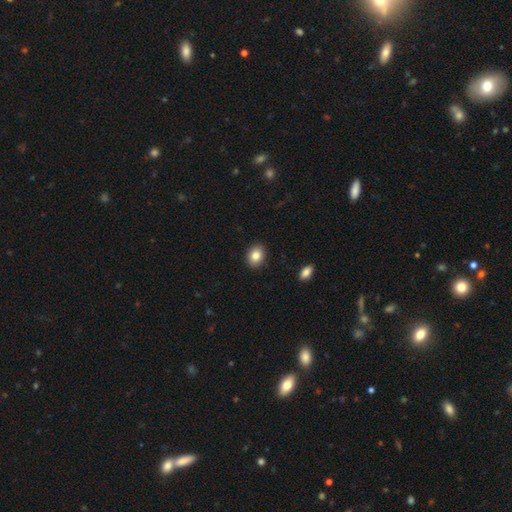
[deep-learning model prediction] This is clearly a smooth galaxy (84%). How rounded: possibly in between (52%). Merging: clearly none (90%).